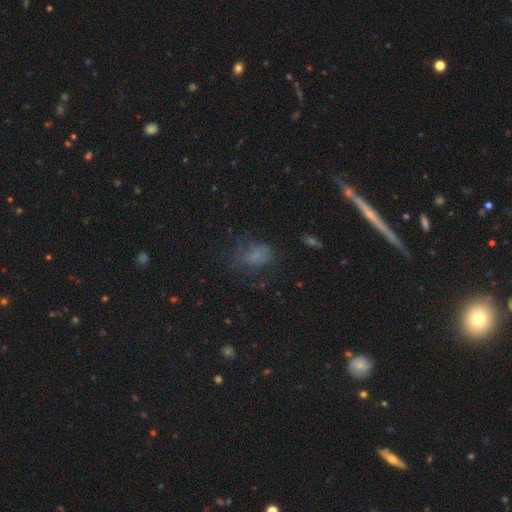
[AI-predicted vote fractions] smooth_or_featured: smooth (p=0.56) [alt: featured or disk p=0.23]
how_rounded: in between (p=0.74) [alt: round p=0.24]
merging: none (p=0.43) [alt: major disturbance p=0.30]